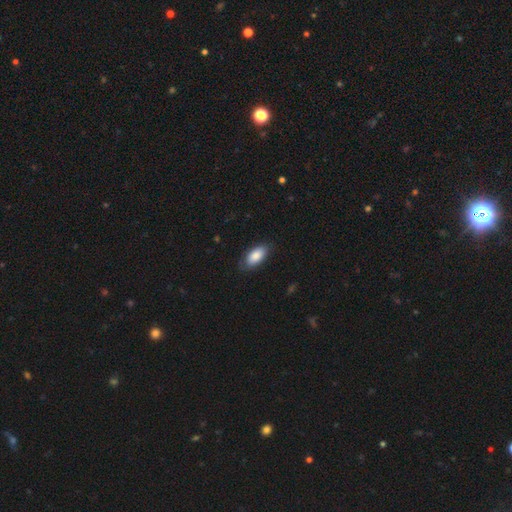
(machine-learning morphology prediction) This is clearly a smooth galaxy (84%). How rounded: clearly in between (91%). Merging: clearly none (80%).